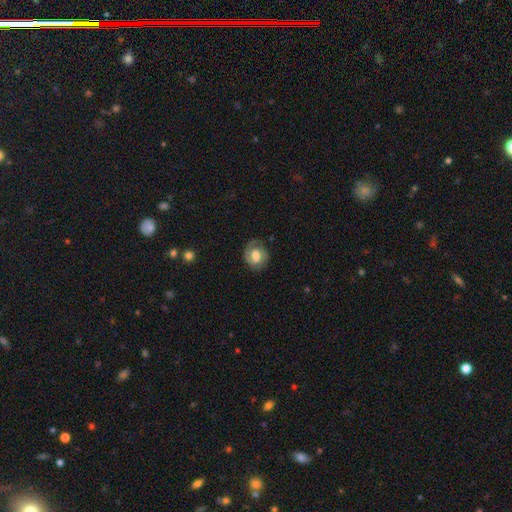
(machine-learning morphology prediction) smooth-or-featured: featured or disk: 58% | smooth: 35% | star or artifact: 7%
  disk-edge-on: no: 97% | yes: 3%
    bar: weak: 48% | no: 36% | strong: 16%
    has-spiral-arms: yes: 84% | no: 16%
    bulge-size: moderate: 58% | large: 25% | small: 13% | none: 2% | dominant: 2%
  merging: none: 76% | minor disturbance: 16% | major disturbance: 6% | merger: 1%